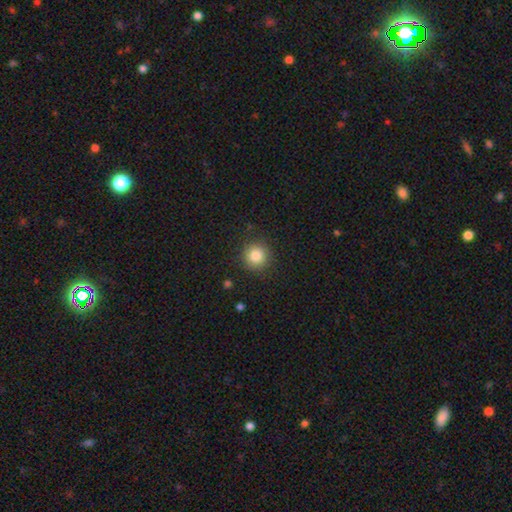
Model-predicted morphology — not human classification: smooth_or_featured: smooth (p=0.83) [alt: star or artifact p=0.11]
how_rounded: round (p=0.94) [alt: in between p=0.05]
merging: none (p=0.90) [alt: minor disturbance p=0.07]